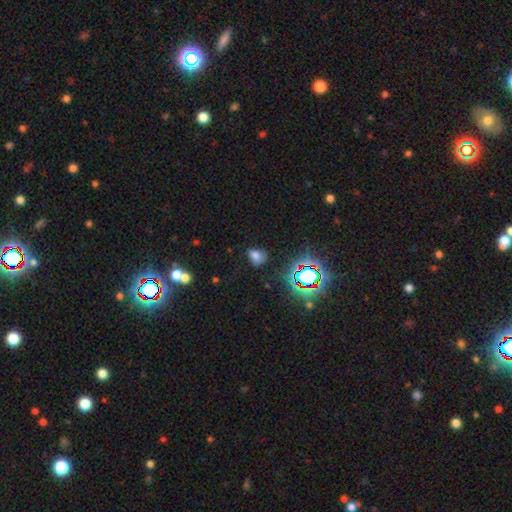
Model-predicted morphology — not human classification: Smooth or featured: smooth — 68% (star or artifact — 24%)
How rounded: in between — 64% (round — 35%)
Merging: none — 69% (minor disturbance — 21%)